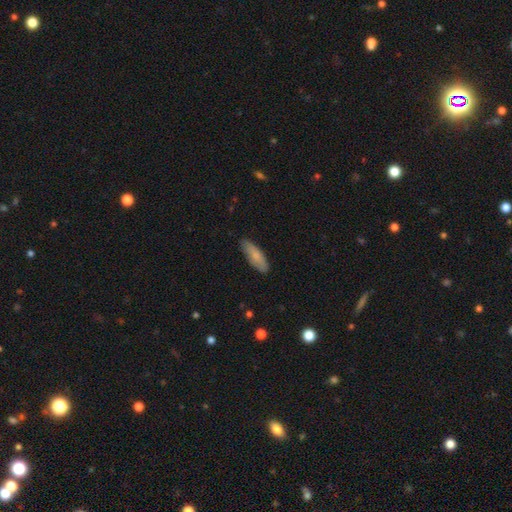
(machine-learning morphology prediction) A smooth galaxy with no disk features (79%) that is in between round and cigar-shaped (52%). Merging: none (83%).